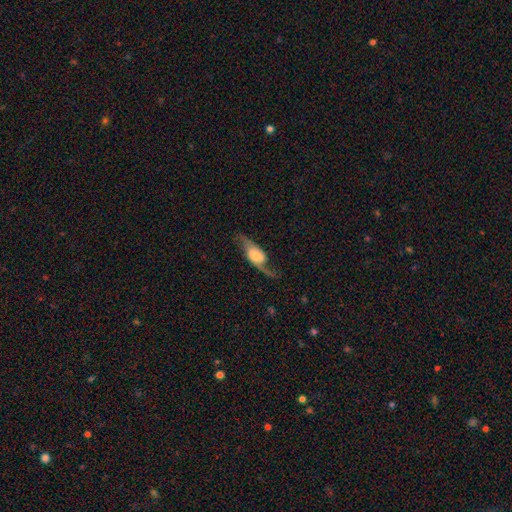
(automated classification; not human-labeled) Smooth or featured? Predicted: featured or disk (p=0.73). Edge-on disk? Predicted: no (p=0.81). Bar? Predicted: no (p=0.44). Spiral arms? Predicted: yes (p=0.90). Spiral winding? Predicted: loose (p=0.77). Spiral arm count? Predicted: 2 (p=0.87). Bulge size? Predicted: large (p=0.35). Merging? Predicted: none (p=0.60).